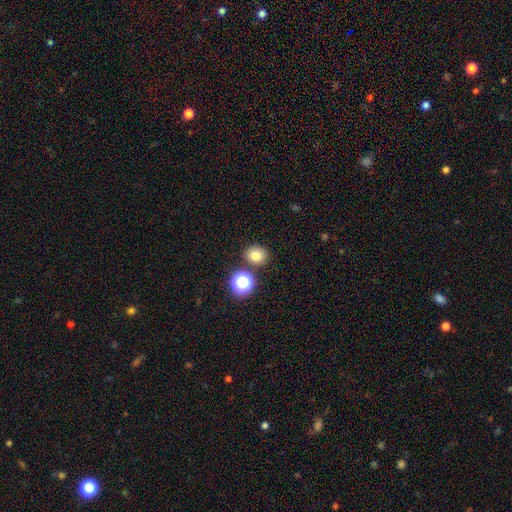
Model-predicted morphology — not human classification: This appears to be a smooth galaxy with no disk features (77%) that is round (67%). Merging: none (81%).